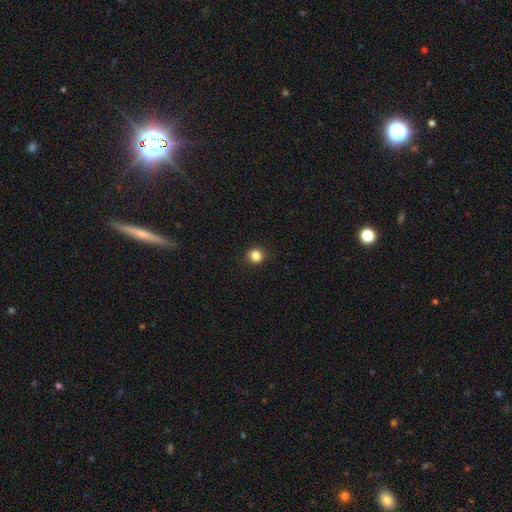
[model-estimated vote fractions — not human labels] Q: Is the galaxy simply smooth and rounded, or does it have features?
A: smooth — 84%.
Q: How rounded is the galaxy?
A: round — 89%.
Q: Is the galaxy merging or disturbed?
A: none — 91%.